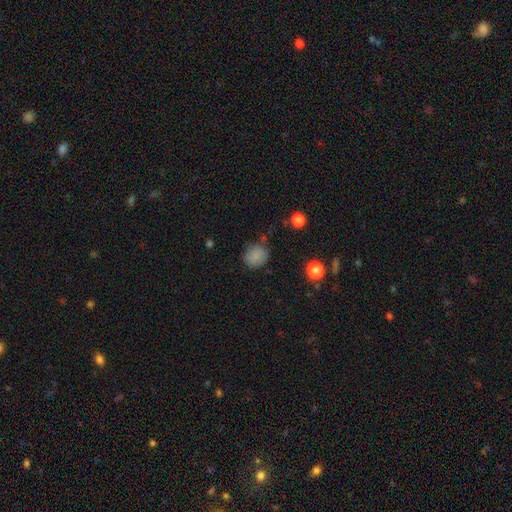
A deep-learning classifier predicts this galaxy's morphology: Smooth or featured: smooth — 83% (star or artifact — 12%)
How rounded: round — 73% (in between — 26%)
Merging: none — 75% (minor disturbance — 17%)